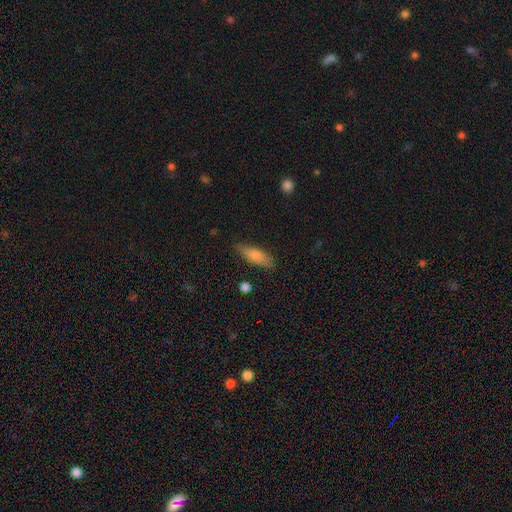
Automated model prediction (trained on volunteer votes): A smooth galaxy with no disk features (80%) that is in between round and cigar-shaped (55%). Merging: none (77%).